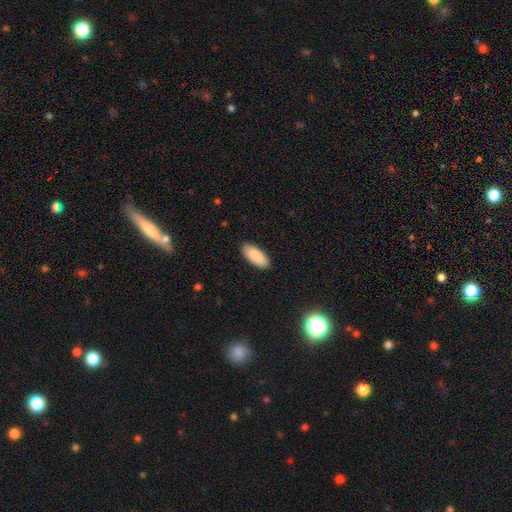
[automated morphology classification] Smooth or featured?
  - smooth: 89% *
  - star or artifact: 6%
  - featured or disk: 5%
How rounded?
  - in between: 86% *
  - cigar-shaped: 12%
  - round: 2%
Merging?
  - none: 89% *
  - minor disturbance: 9%
  - major disturbance: 2%
  - merger: 1%